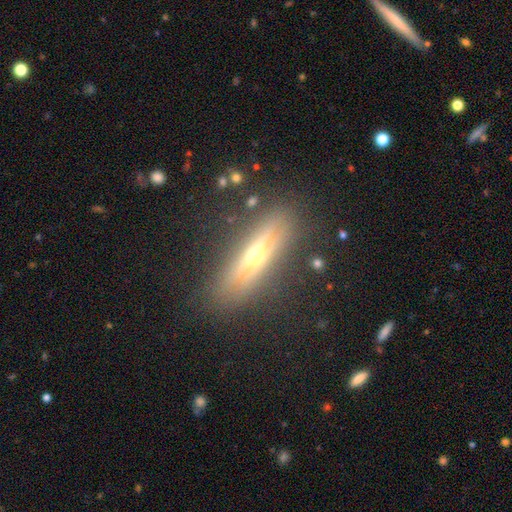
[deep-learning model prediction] smooth_or_featured: featured or disk (p=0.60) [alt: smooth p=0.31]
disk_edge_on: yes (p=0.85) [alt: no p=0.15]
edge_on_bulge: rounded (p=0.91) [alt: none p=0.06]
merging: none (p=0.82) [alt: minor disturbance p=0.11]